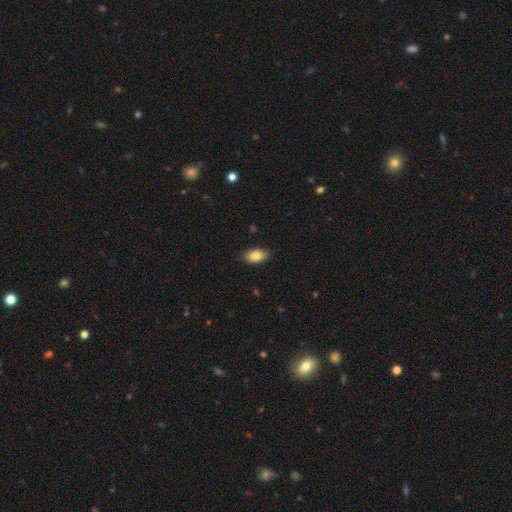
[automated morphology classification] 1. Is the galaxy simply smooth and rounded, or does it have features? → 85% smooth, 8% featured or disk, 7% star or artifact.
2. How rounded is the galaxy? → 92% in between, 5% round, 3% cigar-shaped.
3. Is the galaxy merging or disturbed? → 87% none, 10% minor disturbance, 2% major disturbance, 1% merger.